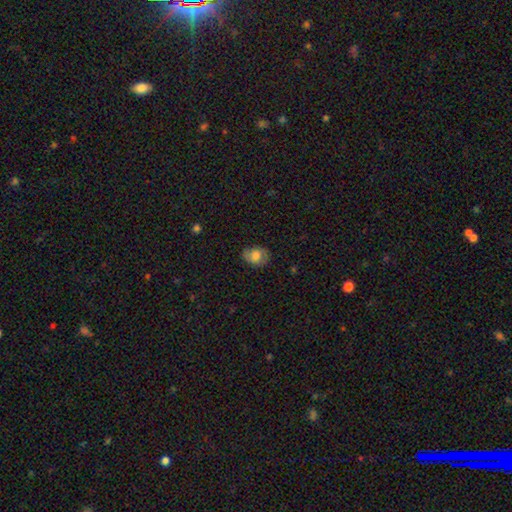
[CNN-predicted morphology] A smooth galaxy with no disk features (75%) that is in between round and cigar-shaped (62%).

Vote fractions:
- Smooth or featured? smooth: 75% / featured or disk: 17% / star or artifact: 9%
- How rounded? in between: 62% / round: 37% / cigar-shaped: 1%
- Merging? none: 75% / minor disturbance: 20% / major disturbance: 4% / merger: 1%